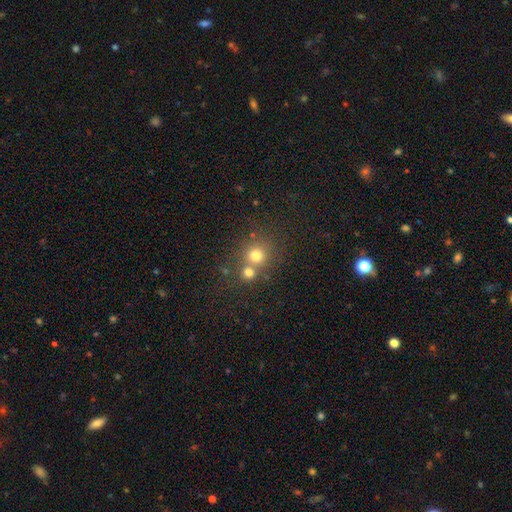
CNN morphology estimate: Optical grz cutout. It shows a smooth galaxy with no disk features (74%) that is round (89%). Merging: none (55%).